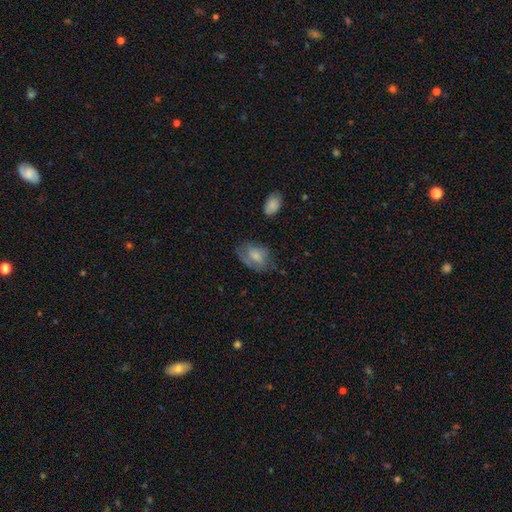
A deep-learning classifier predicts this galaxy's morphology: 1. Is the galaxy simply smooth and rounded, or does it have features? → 62% smooth, 30% featured or disk, 8% star or artifact.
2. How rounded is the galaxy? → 81% in between, 18% round, 1% cigar-shaped.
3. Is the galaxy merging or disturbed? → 47% none, 31% minor disturbance, 20% major disturbance, 3% merger.